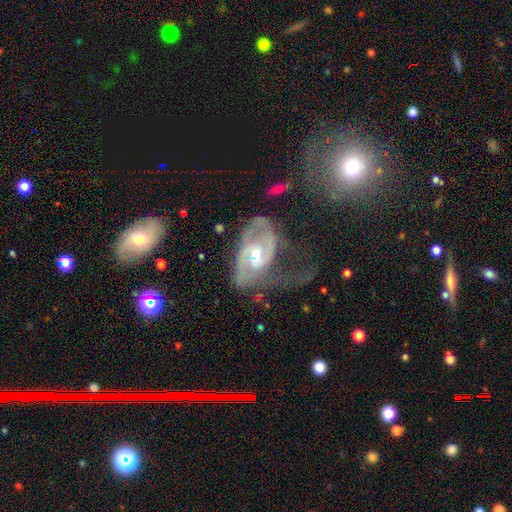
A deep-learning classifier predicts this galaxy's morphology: Overall: featured or disk (84%). Edge-on disk: no (96%). Bar: weak (51%; no 34%). Spiral arms: yes (90%). Spiral arm count: 2 (59%; can't tell 20%). Spiral winding: medium (45%; tight 32%). Bulge size: moderate (57%; small 36%). Merging: major disturbance (43%; none 30%).